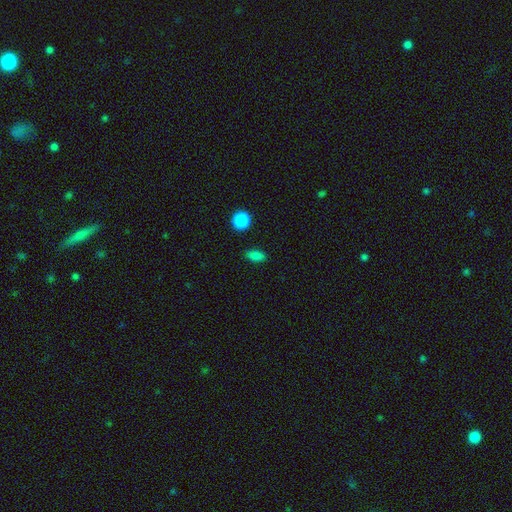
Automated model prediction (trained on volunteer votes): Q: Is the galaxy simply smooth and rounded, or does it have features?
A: smooth — 84%.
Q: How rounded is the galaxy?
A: in between — 79%.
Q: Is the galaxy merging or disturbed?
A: none — 85%.